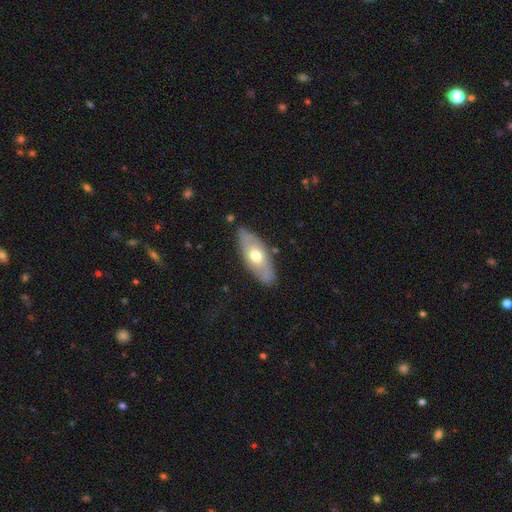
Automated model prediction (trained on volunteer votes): Smooth or featured?
  - smooth: 51% *
  - featured or disk: 44%
  - star or artifact: 5%
How rounded?
  - in between: 81% *
  - cigar-shaped: 16%
  - round: 3%
Merging?
  - none: 81% *
  - minor disturbance: 14%
  - major disturbance: 3%
  - merger: 2%